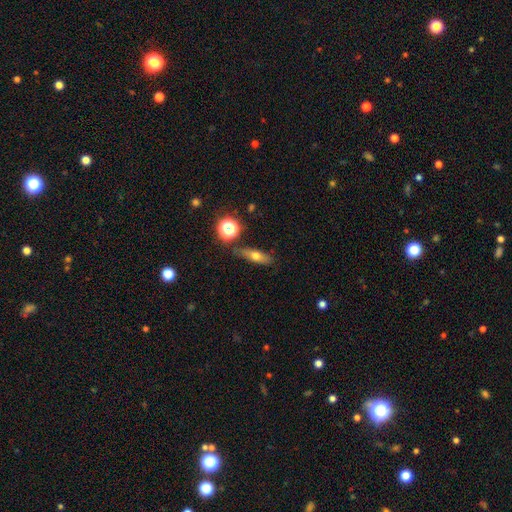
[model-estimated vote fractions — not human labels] This appears to be a smooth galaxy with no disk features (58%) that is cigar-shaped (49%). Merging: none (81%).